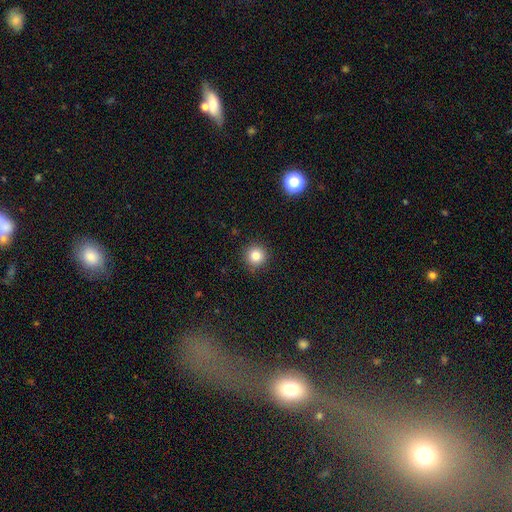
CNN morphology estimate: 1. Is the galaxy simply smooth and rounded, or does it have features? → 82% smooth, 12% star or artifact, 6% featured or disk.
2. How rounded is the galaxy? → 95% round, 4% in between, 1% cigar-shaped.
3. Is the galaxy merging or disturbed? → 91% none, 6% minor disturbance, 2% major disturbance, 1% merger.